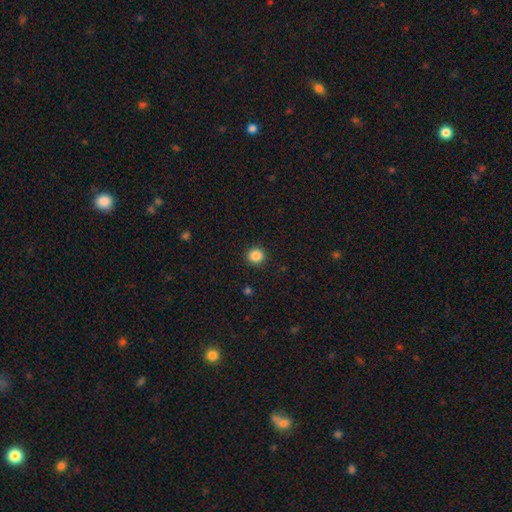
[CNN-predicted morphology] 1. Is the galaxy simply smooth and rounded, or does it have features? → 86% smooth, 10% star or artifact, 3% featured or disk.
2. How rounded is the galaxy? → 92% round, 7% in between, 1% cigar-shaped.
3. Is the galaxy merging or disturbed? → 92% none, 5% minor disturbance, 2% major disturbance, 1% merger.